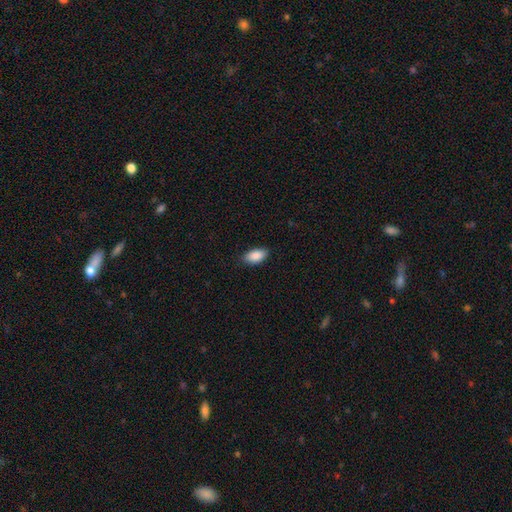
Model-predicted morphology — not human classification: Smooth or featured?
  - smooth: 89% *
  - star or artifact: 7%
  - featured or disk: 4%
How rounded?
  - in between: 94% *
  - round: 3%
  - cigar-shaped: 3%
Merging?
  - none: 87% *
  - minor disturbance: 10%
  - major disturbance: 2%
  - merger: 1%